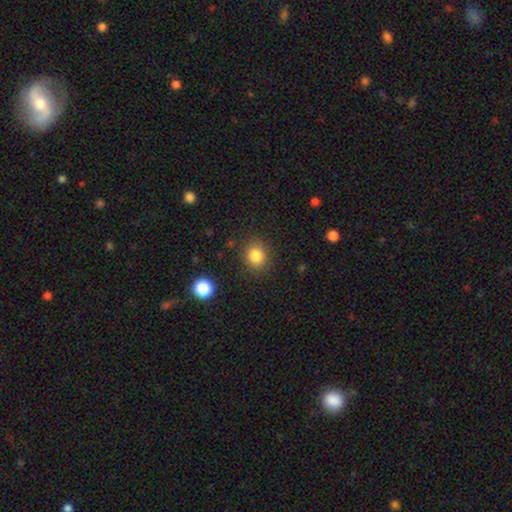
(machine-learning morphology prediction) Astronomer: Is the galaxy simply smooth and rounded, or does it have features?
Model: smooth — 83%.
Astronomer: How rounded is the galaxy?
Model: round — 75%.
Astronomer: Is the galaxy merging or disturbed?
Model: none — 86%.